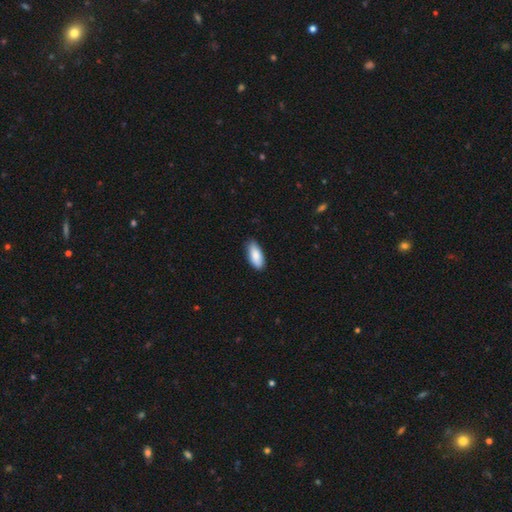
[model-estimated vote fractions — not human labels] Morphology: type=smooth (87%); roundness=in between (86%); merging=none (80%).